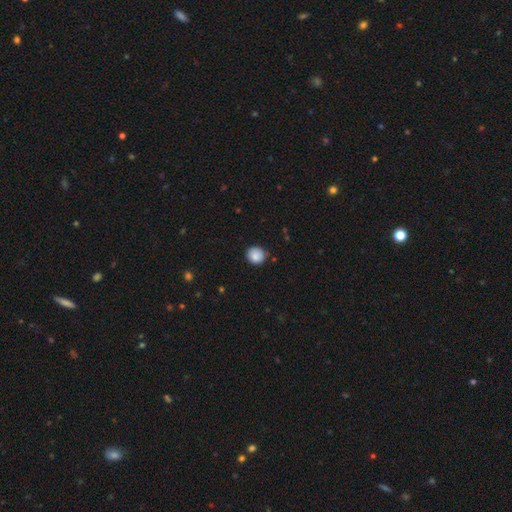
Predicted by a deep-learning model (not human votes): smooth 86%, star or artifact 8%, featured or disk 6%. Down the decision tree: how rounded — round (87%); merging — none (83%).